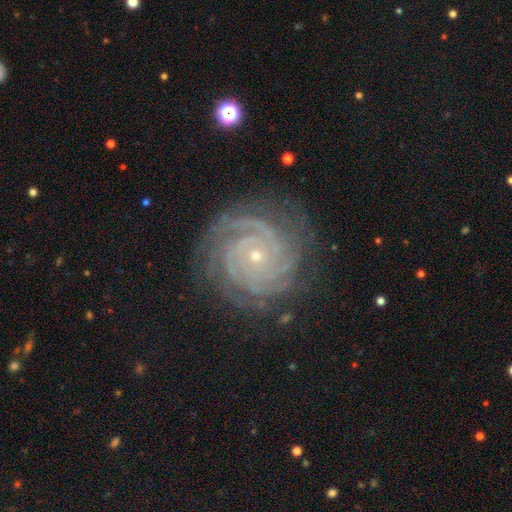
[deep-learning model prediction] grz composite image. It shows a featured or disk galaxy (90%) with no bar (78%), 3 (25%) tight (85%) spiral arms (99%) and a small central bulge (81%). Merging: none (81%).